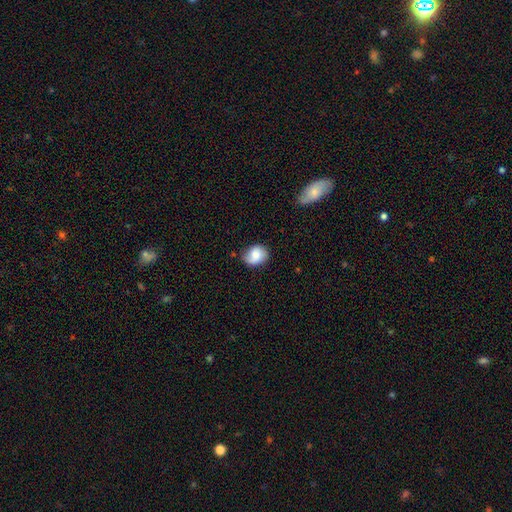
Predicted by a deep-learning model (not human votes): Q: Smooth or featured?
A: smooth (67%); runner-up: featured or disk (25%)
Q: How rounded?
A: round (55%); runner-up: in between (44%)
Q: Merging?
A: none (65%); runner-up: minor disturbance (27%)